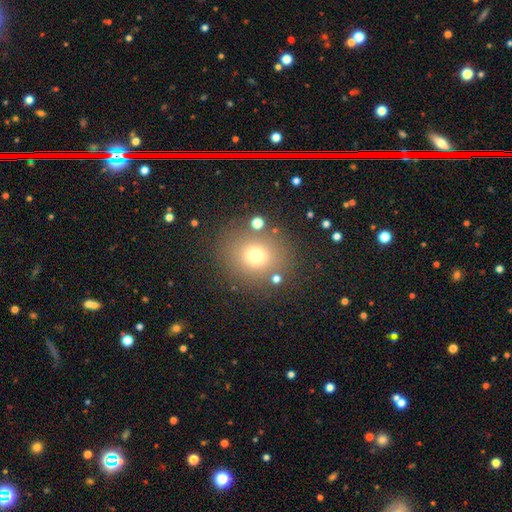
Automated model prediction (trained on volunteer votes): This is likely a smooth galaxy (70%). How rounded: likely round (76%). Merging: clearly none (82%).